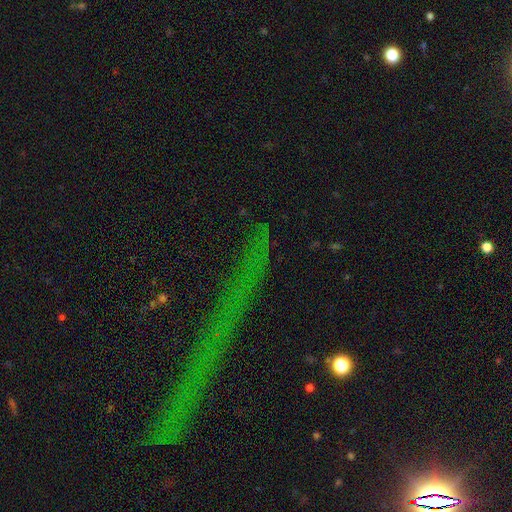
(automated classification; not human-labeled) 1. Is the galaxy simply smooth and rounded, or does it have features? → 76% star or artifact, 12% featured or disk, 12% smooth.